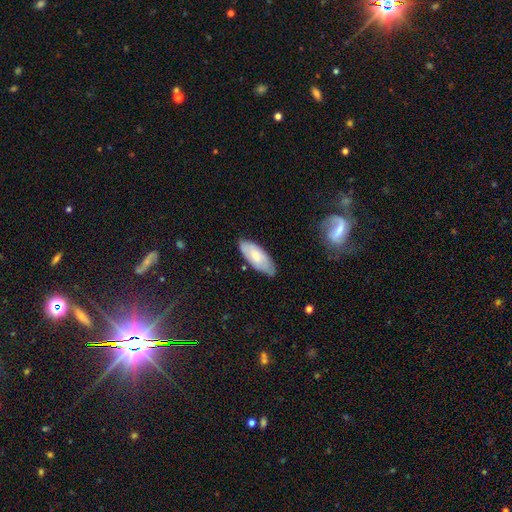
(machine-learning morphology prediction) The model was most divided on "smooth or featured": smooth: 66%, featured or disk: 28%, star or artifact: 6%. More confident: how rounded — in between (82%); merging — none (74%).